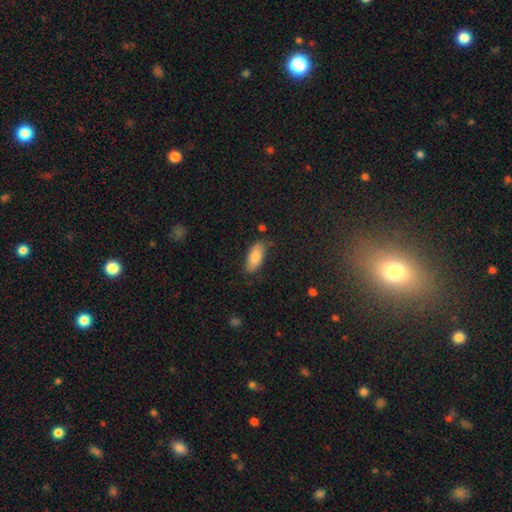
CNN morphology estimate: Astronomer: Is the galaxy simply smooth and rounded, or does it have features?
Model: smooth — 84%.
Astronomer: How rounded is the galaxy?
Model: in between — 84%.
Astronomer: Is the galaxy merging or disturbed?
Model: none — 78%.